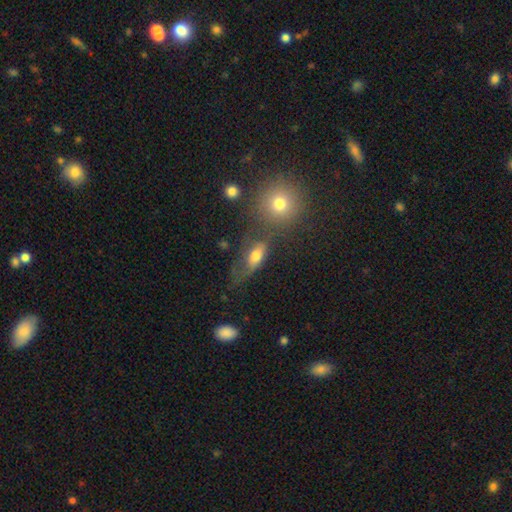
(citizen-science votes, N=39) A smooth galaxy with no disk features (62%) that is in between round and cigar-shaped (88%).

Vote fractions:
- Smooth or featured? smooth: 62% / featured or disk: 31% / star or artifact: 8%
- How rounded? in between: 88% / cigar-shaped: 12% / round: 0%
- Merging? major disturbance: 44% / merger: 31% / none: 14% / minor disturbance: 11%